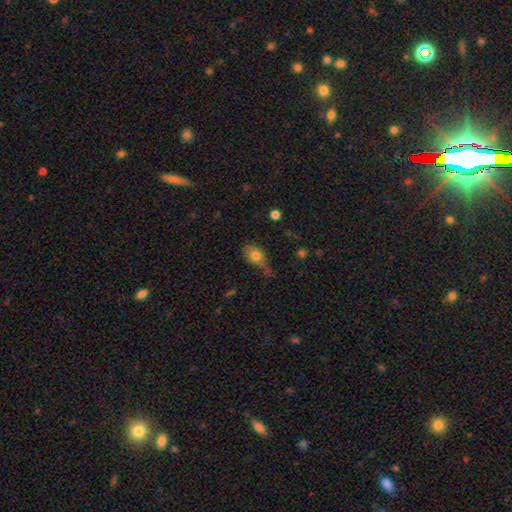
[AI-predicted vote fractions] smooth 76%, featured or disk 14%, star or artifact 10%. Down the decision tree: how rounded — in between (74%); merging — none (35%, tied with minor disturbance).